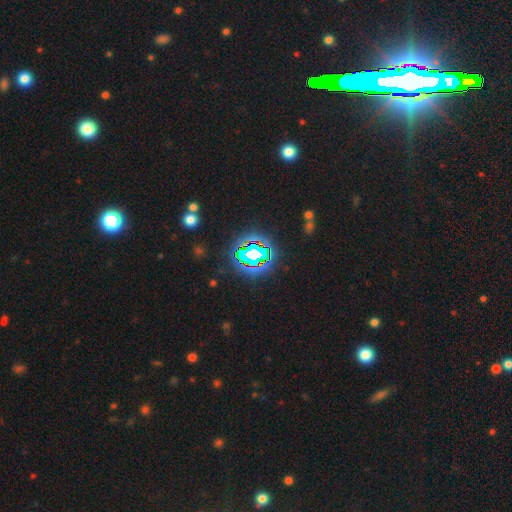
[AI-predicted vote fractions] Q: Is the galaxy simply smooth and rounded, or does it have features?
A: star or artifact — 79%.